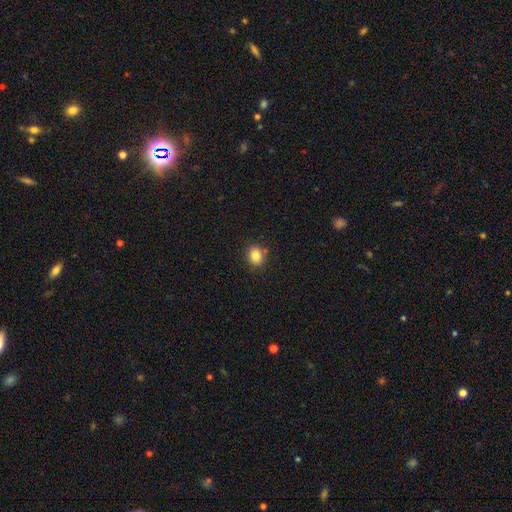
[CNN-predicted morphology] This is clearly a smooth galaxy (83%). How rounded: likely round (67%). Merging: clearly none (83%).